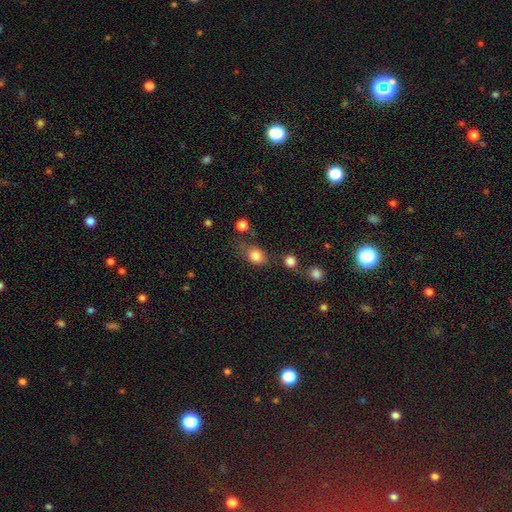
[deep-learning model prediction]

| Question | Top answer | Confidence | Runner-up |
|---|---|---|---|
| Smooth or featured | smooth | 83% | star or artifact (10%) |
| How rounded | round | 50% | in between (48%) |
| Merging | none | 53% | minor disturbance (24%) |